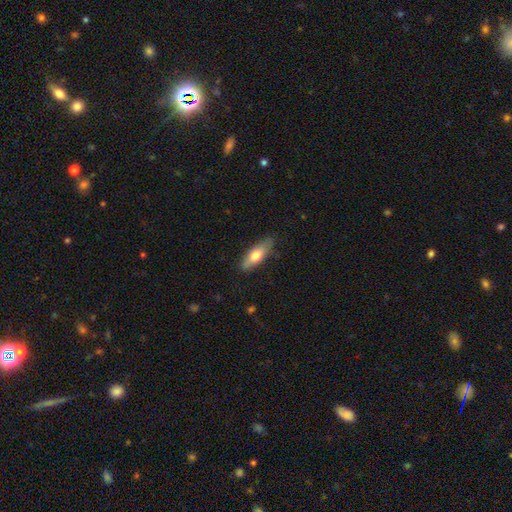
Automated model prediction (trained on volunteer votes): This appears to be a smooth galaxy with no disk features (67%) that is in between round and cigar-shaped (60%). Merging: none (80%).